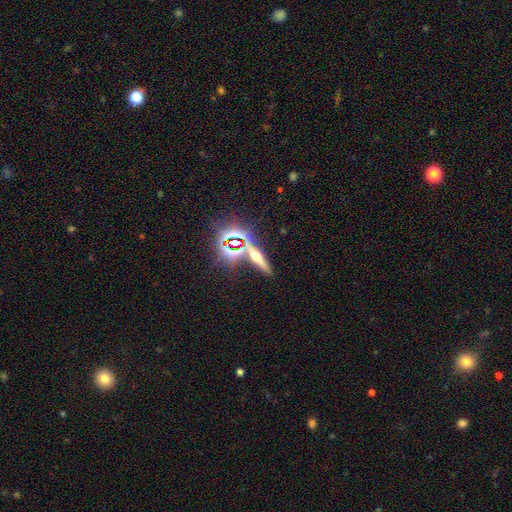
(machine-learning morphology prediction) Smooth or featured: featured or disk — 42% (star or artifact — 29%)
Merging: none — 79% (merger — 9%)